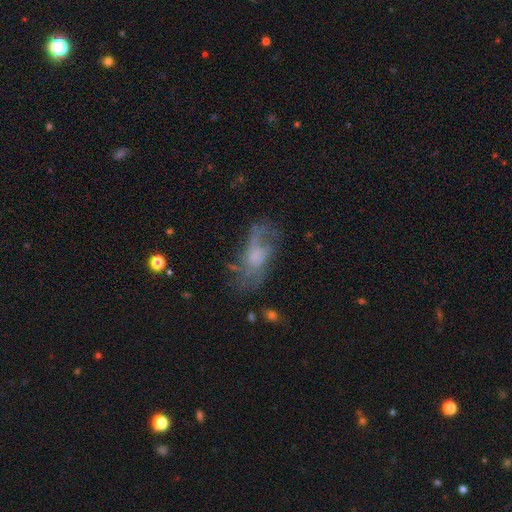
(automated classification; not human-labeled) Smooth or featured? Predicted: featured or disk (p=0.59). Edge-on disk? Predicted: no (p=0.92). Bar? Predicted: no (p=0.72). Spiral arms? Predicted: yes (p=0.67). Bulge size? Predicted: none (p=0.35). Merging? Predicted: none (p=0.50).